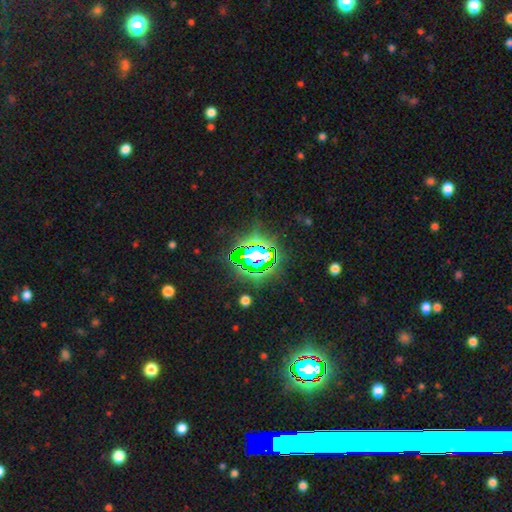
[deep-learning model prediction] The model was most divided on "smooth or featured": star or artifact: 72%, smooth: 15%, featured or disk: 13%.